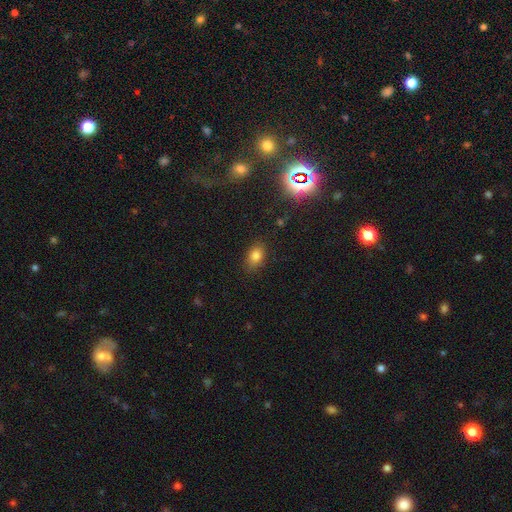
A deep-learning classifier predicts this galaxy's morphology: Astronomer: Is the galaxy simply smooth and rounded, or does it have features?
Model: smooth — 80%.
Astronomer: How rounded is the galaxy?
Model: in between — 78%.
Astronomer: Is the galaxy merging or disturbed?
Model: none — 82%.